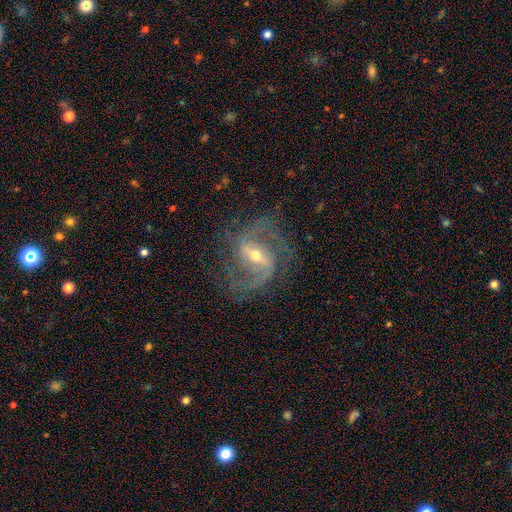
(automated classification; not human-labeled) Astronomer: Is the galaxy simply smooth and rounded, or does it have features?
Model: featured or disk — 90%.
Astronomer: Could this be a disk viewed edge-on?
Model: no — 96%.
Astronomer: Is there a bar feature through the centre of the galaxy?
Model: strong — 52% (runner-up: weak, 37%).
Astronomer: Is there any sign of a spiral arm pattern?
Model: yes — 97%.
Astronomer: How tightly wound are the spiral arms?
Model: medium — 54%.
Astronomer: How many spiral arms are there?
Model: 2 — 78%.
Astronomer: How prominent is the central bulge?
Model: moderate — 53% (runner-up: small, 43%).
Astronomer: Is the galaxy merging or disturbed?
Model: none — 73%.